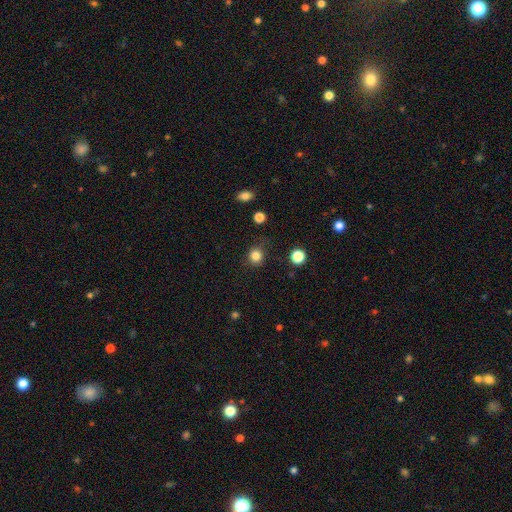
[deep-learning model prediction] Overall: smooth (83%). How rounded: round (85%). Merging: none (76%).